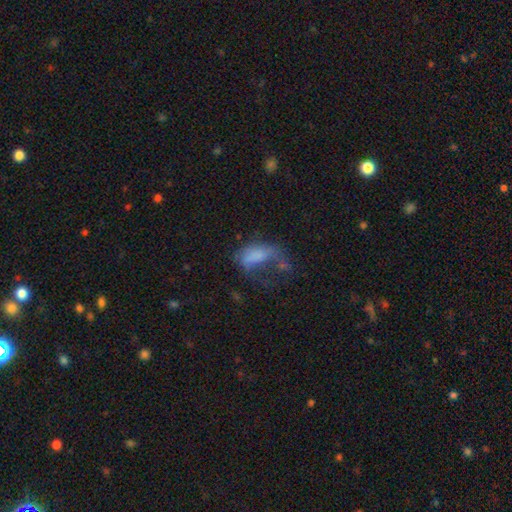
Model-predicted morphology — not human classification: smooth_or_featured: smooth (p=0.57) [alt: featured or disk p=0.30]
how_rounded: in between (p=0.85) [alt: cigar-shaped p=0.08]
merging: major disturbance (p=0.58) [alt: none p=0.17]